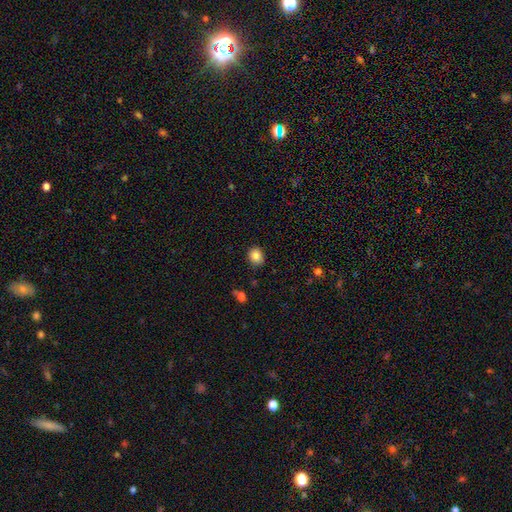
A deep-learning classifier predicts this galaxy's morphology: smooth-or-featured: smooth: 85% | star or artifact: 10% | featured or disk: 6%
  how-rounded: round: 68% | in between: 31% | cigar-shaped: 1%
  merging: none: 87% | minor disturbance: 9% | major disturbance: 2% | merger: 2%